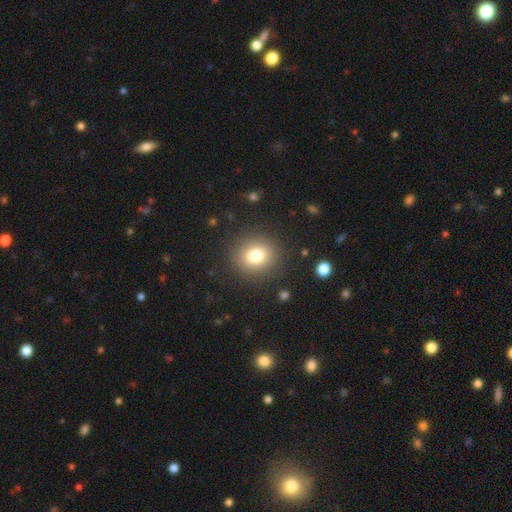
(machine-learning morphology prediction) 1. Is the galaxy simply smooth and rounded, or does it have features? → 77% smooth, 13% star or artifact, 10% featured or disk.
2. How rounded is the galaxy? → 86% round, 13% in between, 1% cigar-shaped.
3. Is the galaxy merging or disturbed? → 88% none, 7% minor disturbance, 4% major disturbance, 1% merger.